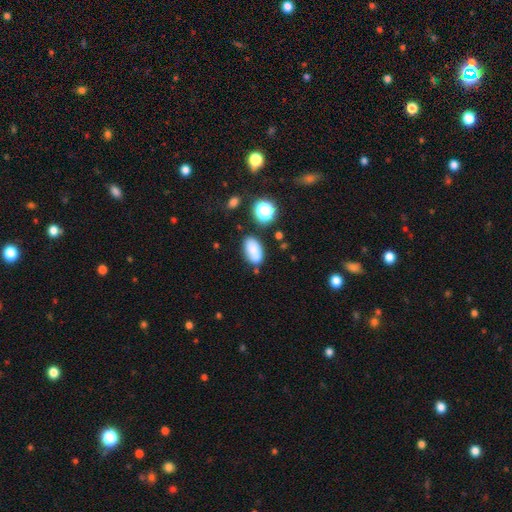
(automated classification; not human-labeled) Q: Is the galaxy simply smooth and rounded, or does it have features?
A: smooth — 78%.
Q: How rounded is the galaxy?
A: in between — 90%.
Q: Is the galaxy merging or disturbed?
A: none — 69%.